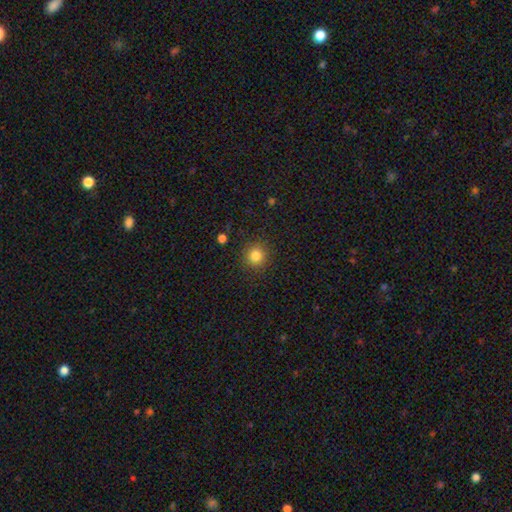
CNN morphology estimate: Smooth or featured: smooth — 83% (star or artifact — 12%)
How rounded: round — 93% (in between — 6%)
Merging: none — 90% (minor disturbance — 7%)